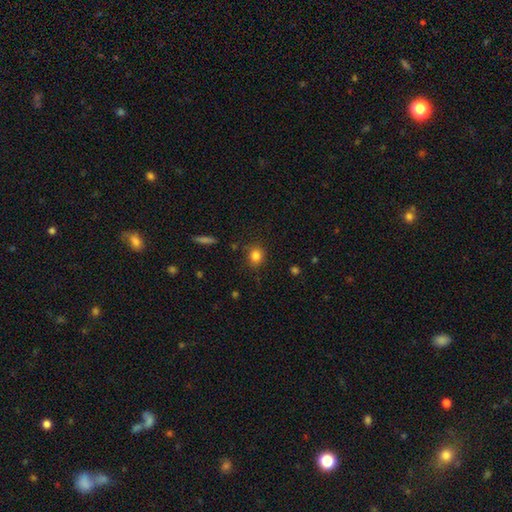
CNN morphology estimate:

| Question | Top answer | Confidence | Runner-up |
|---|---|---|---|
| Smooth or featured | smooth | 83% | star or artifact (11%) |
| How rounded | round | 72% | in between (26%) |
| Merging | none | 82% | minor disturbance (12%) |